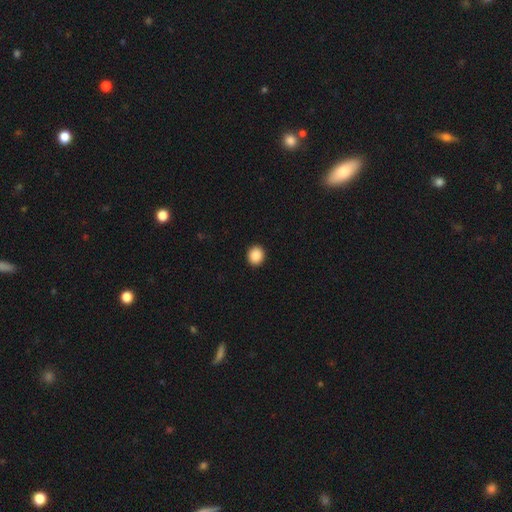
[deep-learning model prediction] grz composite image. It shows a smooth galaxy with no disk features (88%) that is round (79%). Merging: none (93%).